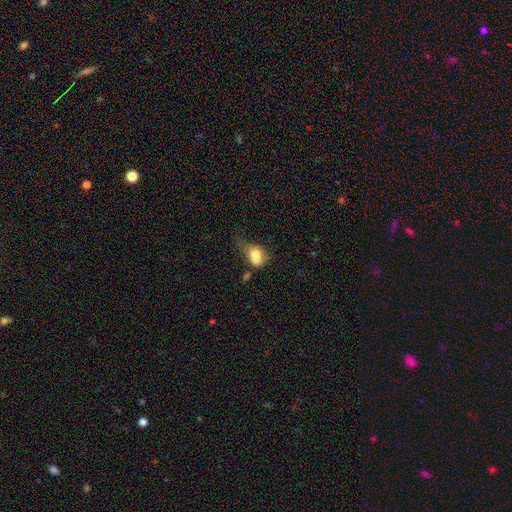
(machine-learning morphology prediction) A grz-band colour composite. It shows a smooth galaxy with no disk features (72%) that is in between round and cigar-shaped (59%). Merging: merger (35%).